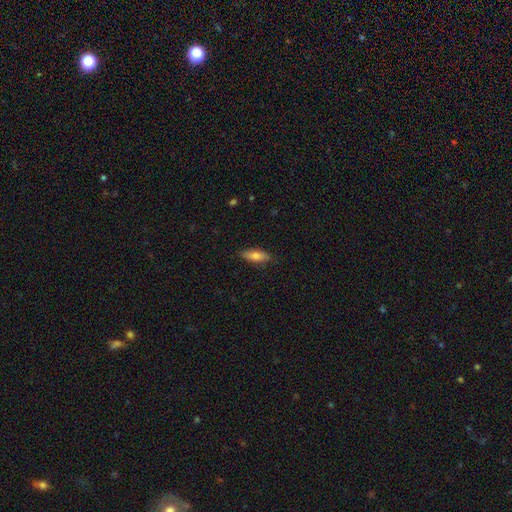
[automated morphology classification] smooth_or_featured: smooth (p=0.73) [alt: featured or disk p=0.20]
how_rounded: in between (p=0.60) [alt: cigar-shaped p=0.38]
merging: none (p=0.84) [alt: minor disturbance p=0.13]